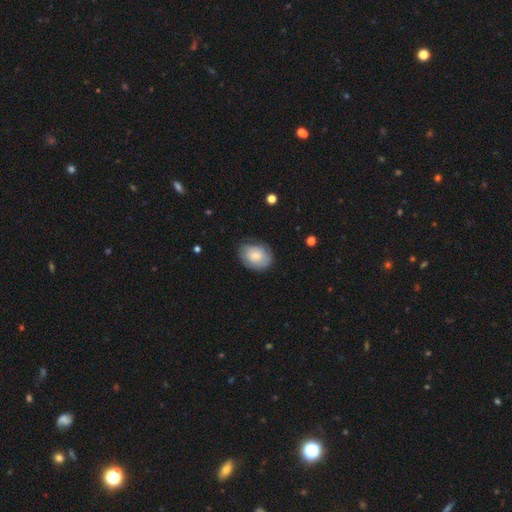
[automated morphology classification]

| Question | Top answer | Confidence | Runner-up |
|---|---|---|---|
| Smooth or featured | smooth | 69% | featured or disk (24%) |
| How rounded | in between | 66% | round (33%) |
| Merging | none | 71% | minor disturbance (22%) |